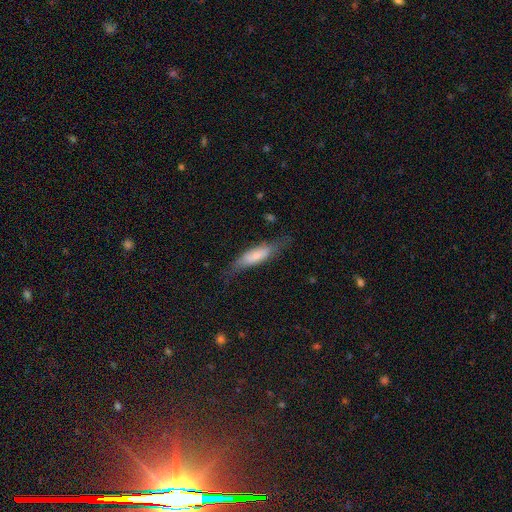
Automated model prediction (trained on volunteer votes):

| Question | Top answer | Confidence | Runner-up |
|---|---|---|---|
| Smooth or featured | smooth | 64% | featured or disk (29%) |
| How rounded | cigar-shaped | 62% | in between (36%) |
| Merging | none | 63% | minor disturbance (25%) |